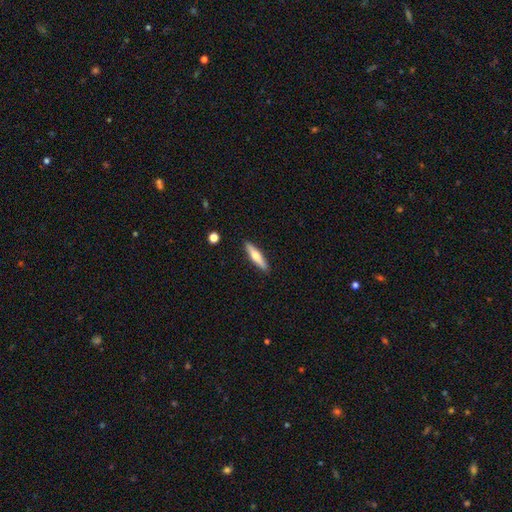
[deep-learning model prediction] Overall: smooth (48%; featured or disk 47%). Merging: none (90%).